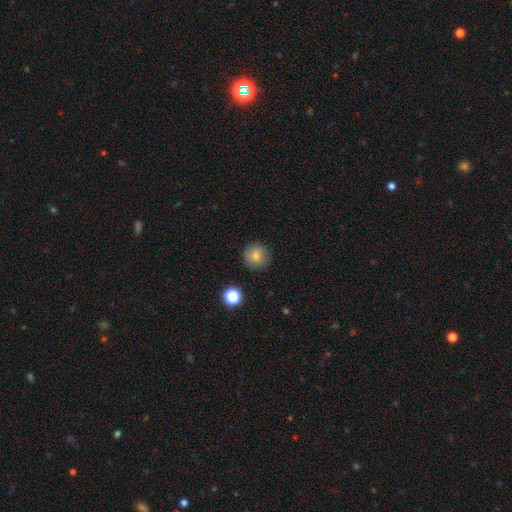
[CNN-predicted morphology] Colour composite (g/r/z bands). It shows a smooth galaxy with no disk features (81%) that is round (95%). Merging: none (90%).